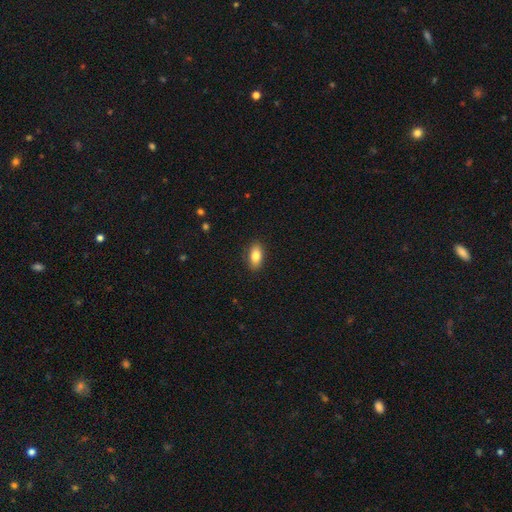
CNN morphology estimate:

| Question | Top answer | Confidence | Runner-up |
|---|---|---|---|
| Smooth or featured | smooth | 83% | featured or disk (10%) |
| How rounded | in between | 89% | cigar-shaped (7%) |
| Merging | none | 89% | minor disturbance (8%) |